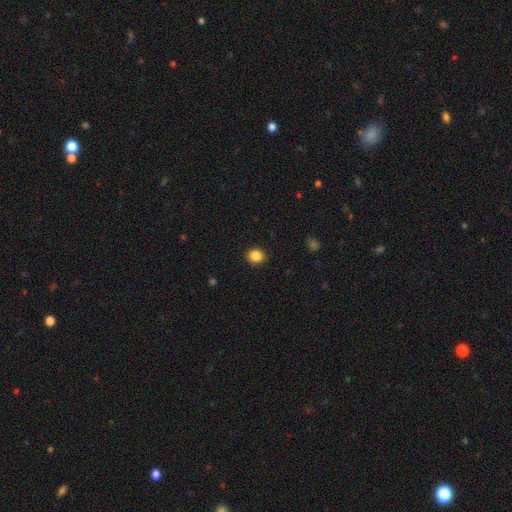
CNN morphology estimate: Smooth or featured? smooth (87%)
How rounded? round (78%)
Merging? none (89%)